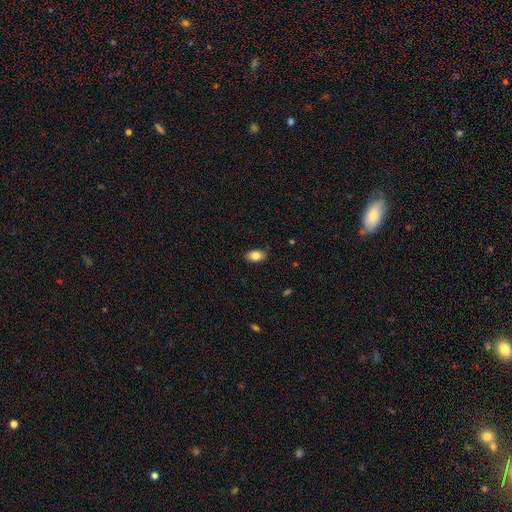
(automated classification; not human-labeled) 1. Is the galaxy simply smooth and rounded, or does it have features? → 83% smooth, 9% featured or disk, 8% star or artifact.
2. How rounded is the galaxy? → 90% in between, 8% round, 2% cigar-shaped.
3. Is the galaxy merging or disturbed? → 88% none, 9% minor disturbance, 2% major disturbance, 1% merger.